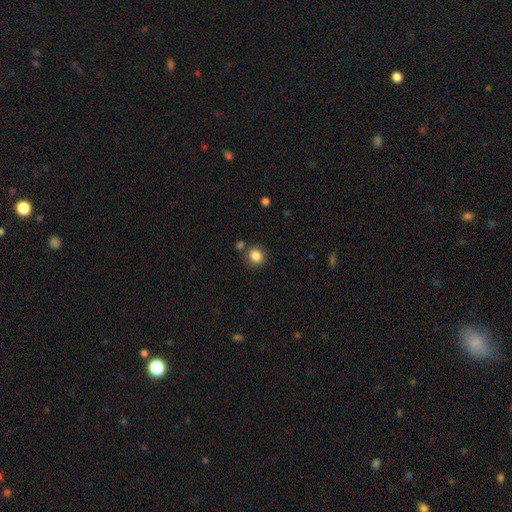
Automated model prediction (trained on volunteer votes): This appears to be a smooth galaxy with no disk features (85%) that is round (79%). Merging: none (77%).